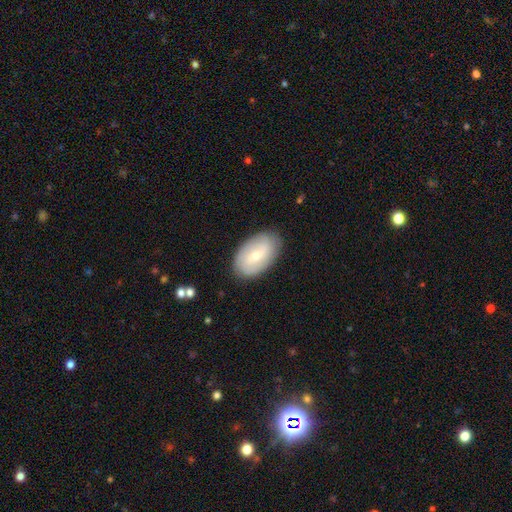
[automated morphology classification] This is possibly a smooth galaxy (48%). Merging: clearly none (85%).